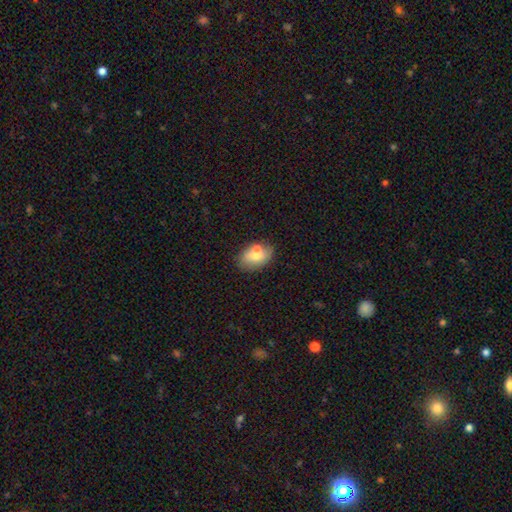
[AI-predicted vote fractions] Smooth or featured? Predicted: smooth (p=0.67). How rounded? Predicted: in between (p=0.81). Merging? Predicted: none (p=0.61).